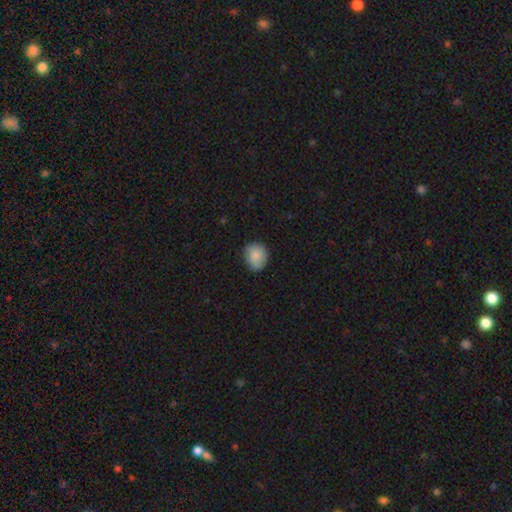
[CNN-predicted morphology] The model was most divided on "how rounded": round: 71%, in between: 28%, cigar-shaped: 1%. More confident: smooth or featured — smooth (85%); merging — none (78%).